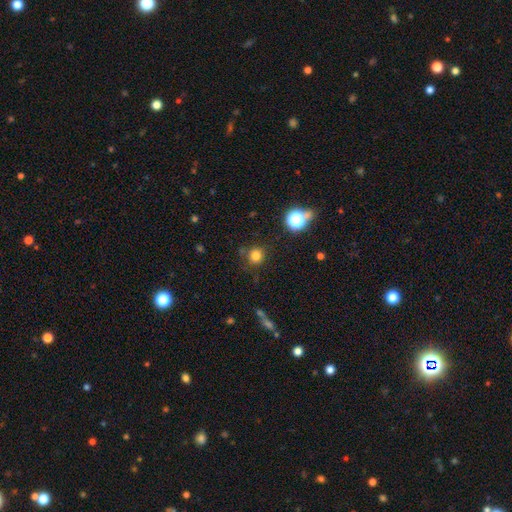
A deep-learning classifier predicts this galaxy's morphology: Q: Smooth or featured?
A: smooth (79%); runner-up: star or artifact (15%)
Q: How rounded?
A: round (92%); runner-up: in between (7%)
Q: Merging?
A: none (81%); runner-up: minor disturbance (12%)